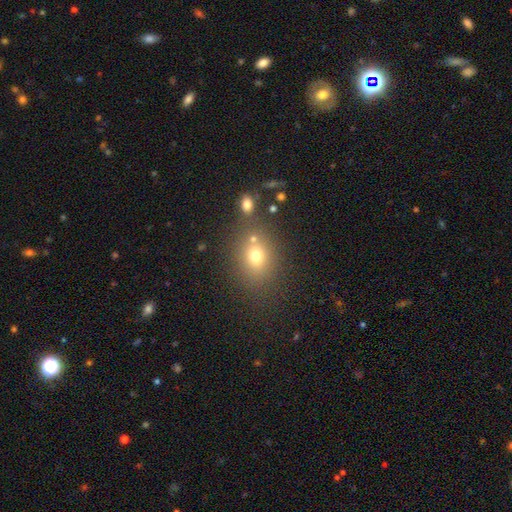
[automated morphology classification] Smooth or featured? Predicted: smooth (p=0.71). How rounded? Predicted: in between (p=0.50). Merging? Predicted: none (p=0.64).